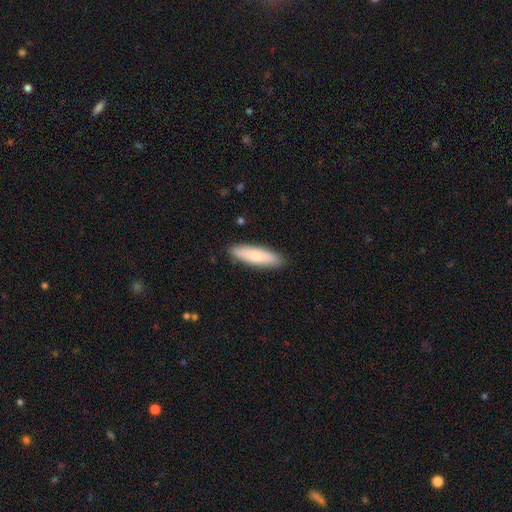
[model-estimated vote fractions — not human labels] smooth-or-featured: smooth: 80% | featured or disk: 15% | star or artifact: 5%
  how-rounded: cigar-shaped: 63% | in between: 35% | round: 2%
  merging: none: 89% | minor disturbance: 8% | major disturbance: 2% | merger: 1%